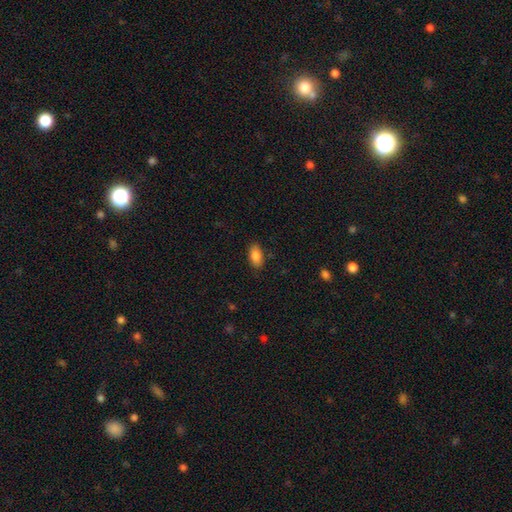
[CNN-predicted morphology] Smooth or featured: smooth — 86% (star or artifact — 8%)
How rounded: in between — 92% (round — 4%)
Merging: none — 85% (minor disturbance — 11%)